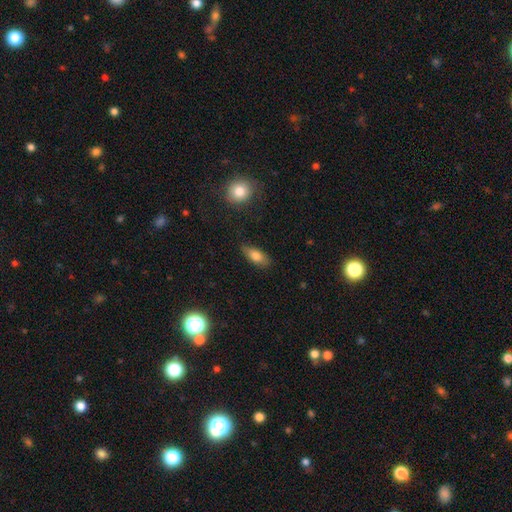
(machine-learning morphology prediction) This is likely a smooth galaxy (77%). How rounded: likely in between (79%). Merging: clearly none (80%).